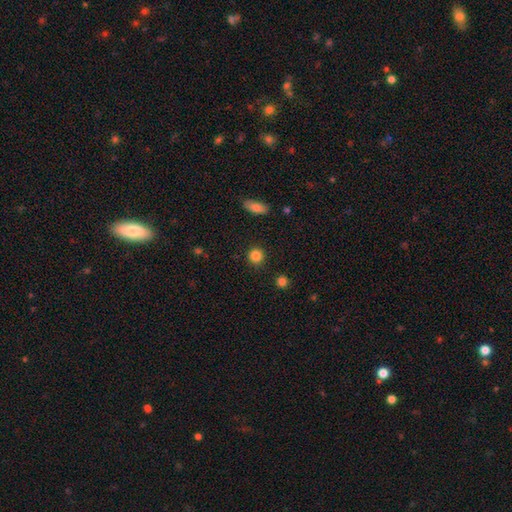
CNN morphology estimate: Smooth or featured? smooth (86%)
How rounded? round (92%)
Merging? none (91%)